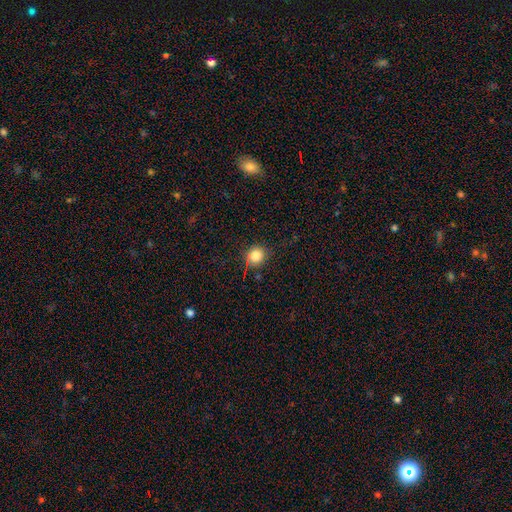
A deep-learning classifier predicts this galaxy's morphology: type=smooth (83%); roundness=round (86%); merging=none (84%).